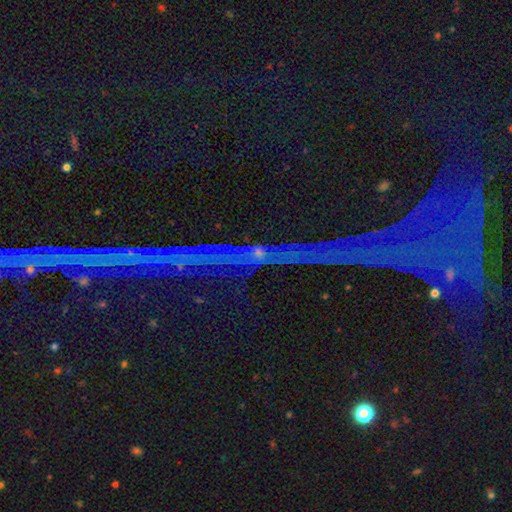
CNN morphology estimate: Smooth or featured? star or artifact (80%)